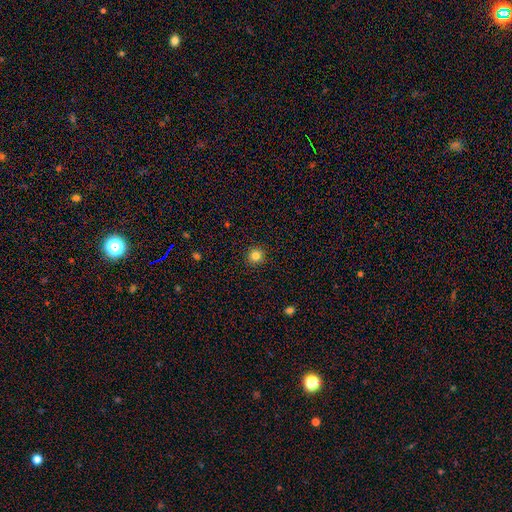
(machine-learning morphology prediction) smooth-or-featured: smooth: 83% | star or artifact: 12% | featured or disk: 5%
  how-rounded: round: 95% | in between: 5% | cigar-shaped: 1%
  merging: none: 92% | minor disturbance: 5% | major disturbance: 2% | merger: 1%